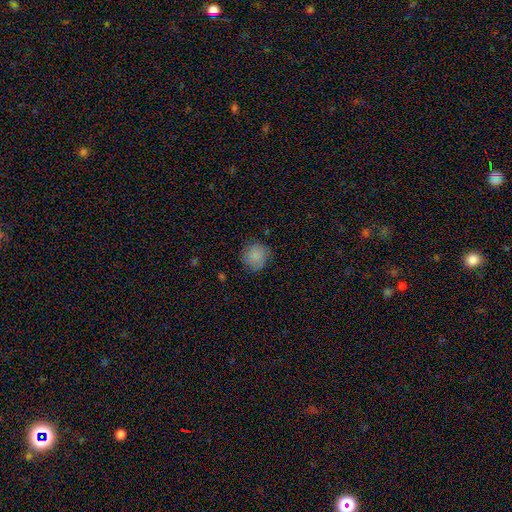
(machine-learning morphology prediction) The model was most divided on "merging": none: 78%, minor disturbance: 17%, major disturbance: 4%, merger: 1%. More confident: how rounded — round (89%); smooth or featured — smooth (85%).